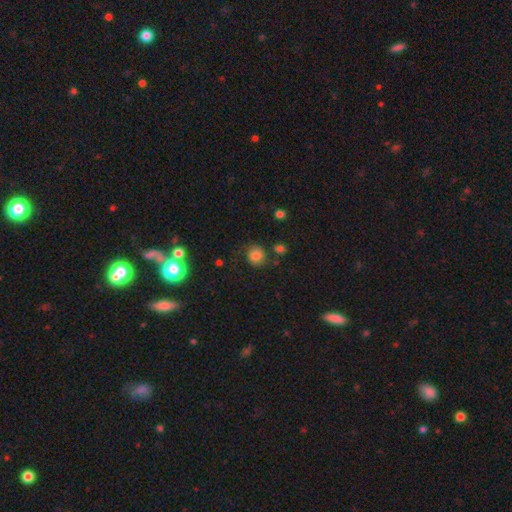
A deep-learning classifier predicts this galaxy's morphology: Overall: smooth (77%). How rounded: round (83%). Merging: none (72%).